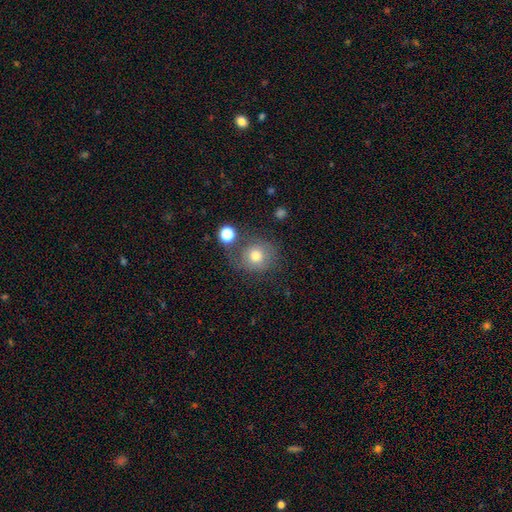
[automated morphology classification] smooth-or-featured: smooth: 72% | featured or disk: 16% | star or artifact: 12%
  how-rounded: round: 80% | in between: 19% | cigar-shaped: 1%
  merging: none: 62% | minor disturbance: 18% | major disturbance: 10% | merger: 10%